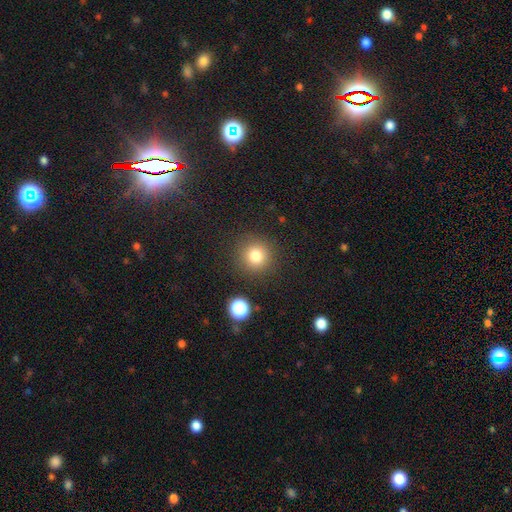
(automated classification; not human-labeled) smooth 80%, star or artifact 13%, featured or disk 7%. Down the decision tree: how rounded — round (93%); merging — none (88%).